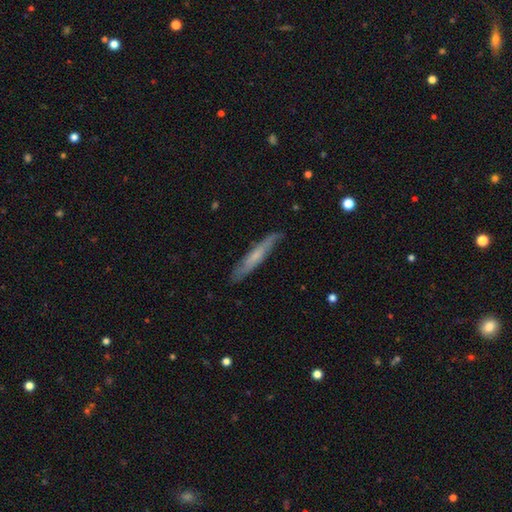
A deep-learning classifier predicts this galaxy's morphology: Smooth or featured? Predicted: featured or disk (p=0.47, tied with smooth). Merging? Predicted: none (p=0.81).